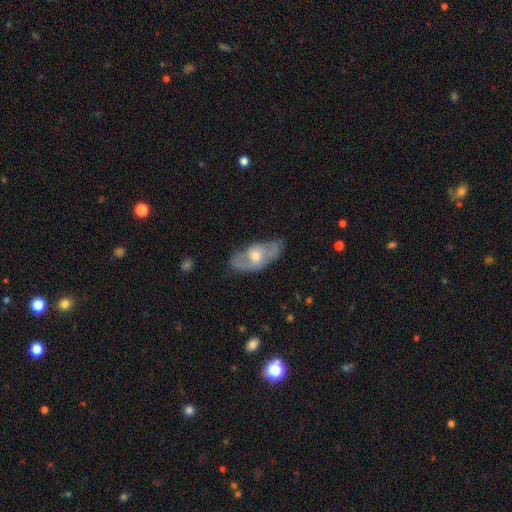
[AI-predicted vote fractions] A featured or disk galaxy (58%). Merging: none (60%).